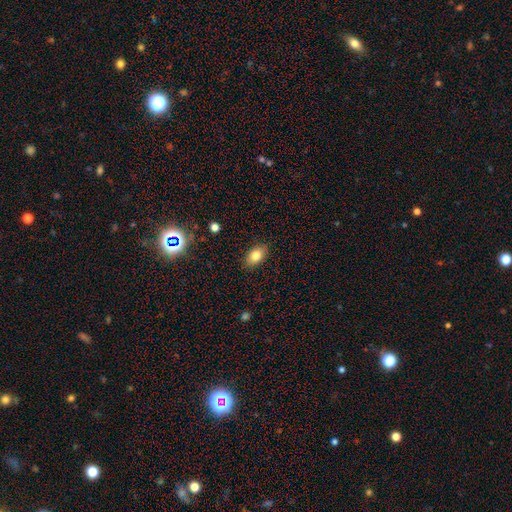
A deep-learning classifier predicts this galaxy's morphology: smooth_or_featured: smooth (p=0.80) [alt: featured or disk p=0.10]
how_rounded: in between (p=0.87) [alt: round p=0.11]
merging: none (p=0.87) [alt: minor disturbance p=0.10]